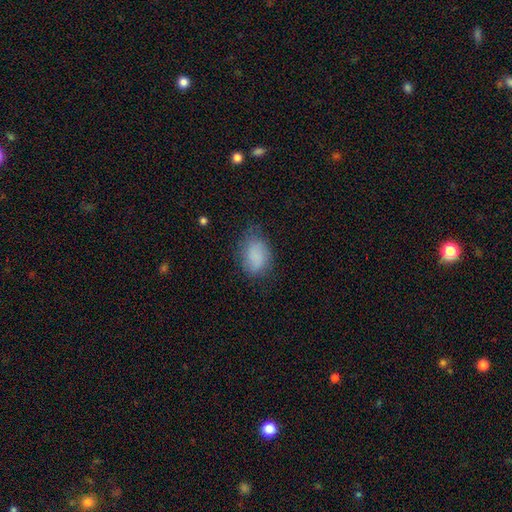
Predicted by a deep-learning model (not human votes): This is clearly a smooth galaxy (81%). How rounded: likely in between (80%). Merging: likely none (63%).